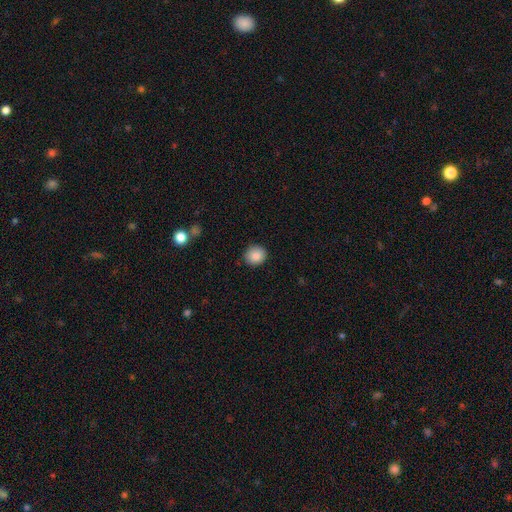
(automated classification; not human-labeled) Morphology: type=smooth (88%); roundness=round (83%); merging=none (88%).